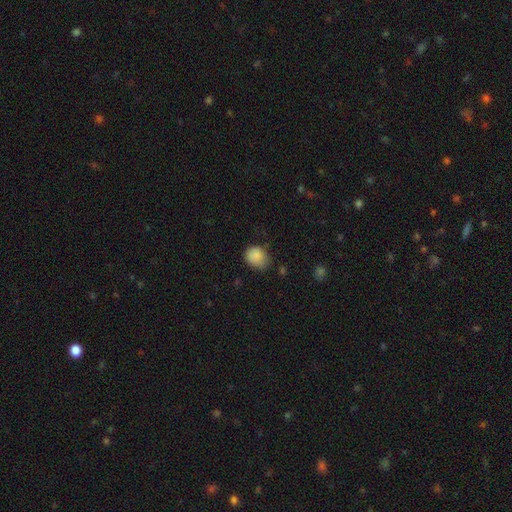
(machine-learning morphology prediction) A smooth galaxy with no disk features (86%) that is round (52%).

Vote fractions:
- Smooth or featured? smooth: 86% / star or artifact: 9% / featured or disk: 5%
- How rounded? round: 52% / in between: 47% / cigar-shaped: 1%
- Merging? none: 57% / minor disturbance: 33% / major disturbance: 7% / merger: 2%